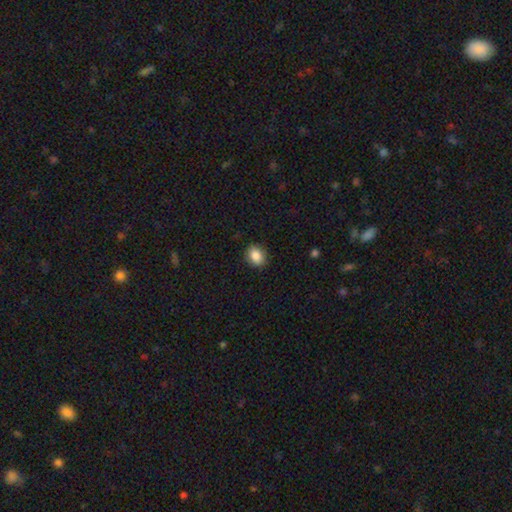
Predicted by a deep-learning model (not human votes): This is clearly a smooth galaxy (87%). How rounded: likely in between (60%). Merging: clearly none (88%).